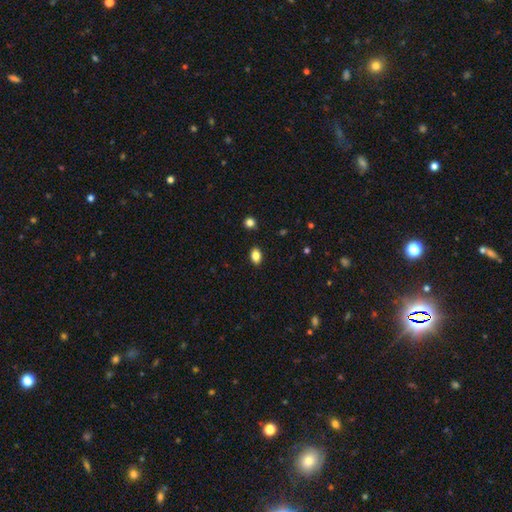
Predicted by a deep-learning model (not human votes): This appears to be a smooth galaxy with no disk features (84%) that is in between round and cigar-shaped (83%). Merging: none (89%).